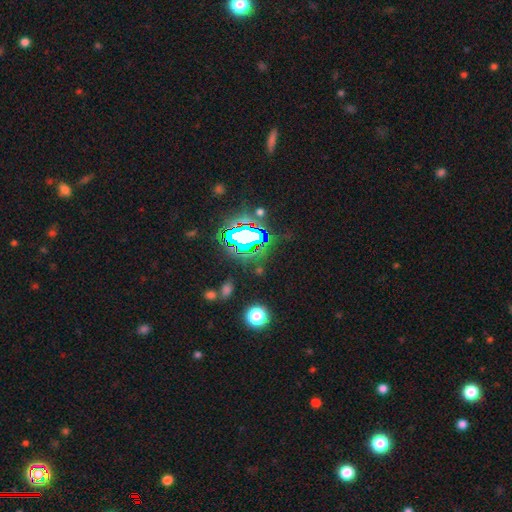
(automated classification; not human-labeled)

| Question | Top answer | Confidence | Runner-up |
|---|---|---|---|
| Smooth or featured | star or artifact | 83% | smooth (10%) |